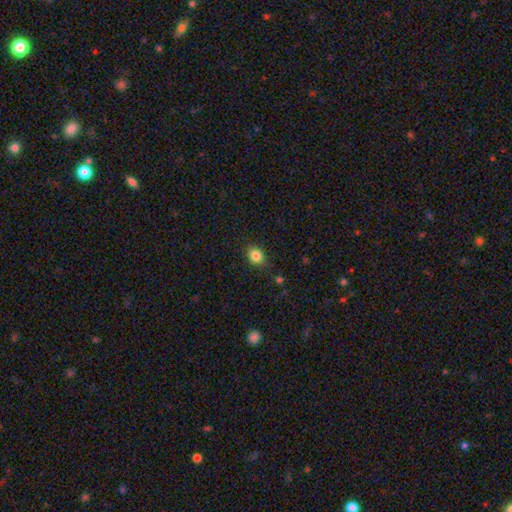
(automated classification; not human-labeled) Morphology: type=smooth (84%); roundness=round (54%); merging=none (85%).